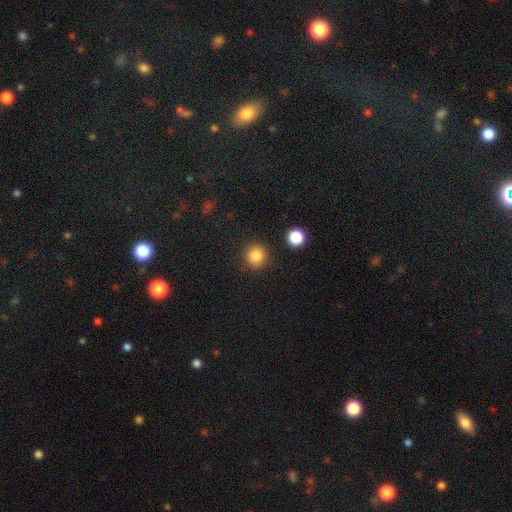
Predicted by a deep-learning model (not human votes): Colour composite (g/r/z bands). It shows a smooth galaxy with no disk features (85%) that is round (93%). Merging: none (89%).